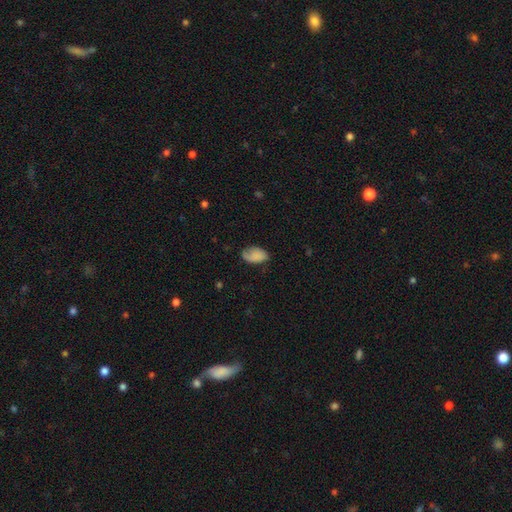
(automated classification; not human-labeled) Smooth or featured?
  - smooth: 77% *
  - featured or disk: 15%
  - star or artifact: 8%
How rounded?
  - in between: 92% *
  - round: 7%
  - cigar-shaped: 1%
Merging?
  - none: 57% *
  - minor disturbance: 29%
  - major disturbance: 12%
  - merger: 2%